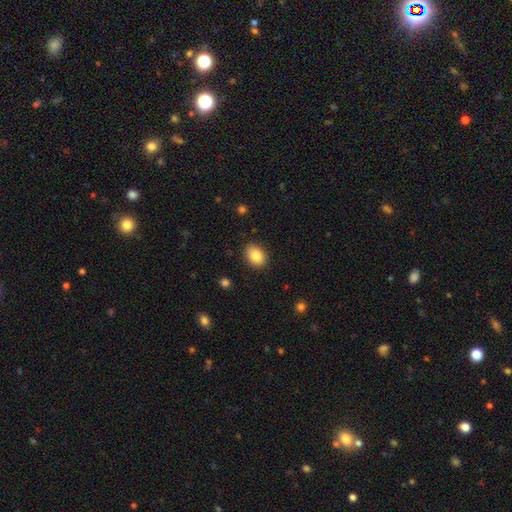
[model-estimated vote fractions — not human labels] Q: Smooth or featured?
A: smooth (86%); runner-up: star or artifact (8%)
Q: How rounded?
A: in between (71%); runner-up: round (29%)
Q: Merging?
A: none (88%); runner-up: minor disturbance (9%)